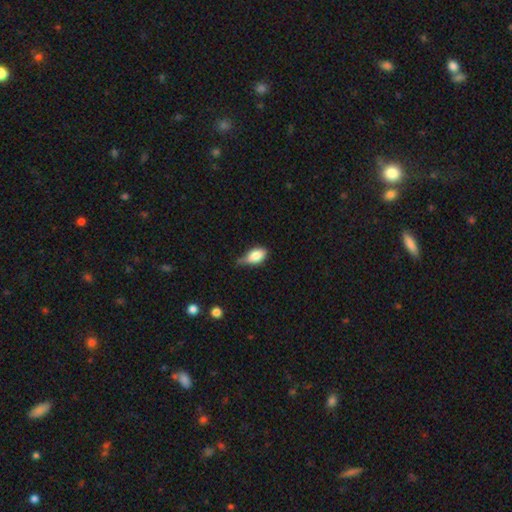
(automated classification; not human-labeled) A smooth galaxy with no disk features (80%) that is in between round and cigar-shaped (88%). Merging: minor disturbance (49%).